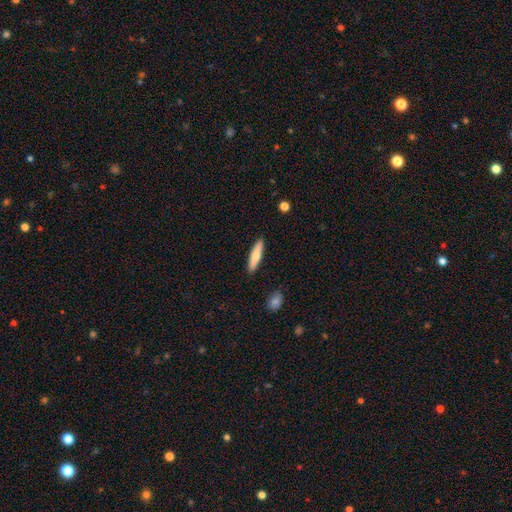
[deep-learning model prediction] Smooth or featured? Predicted: smooth (p=0.70). How rounded? Predicted: cigar-shaped (p=0.80). Merging? Predicted: none (p=0.90).